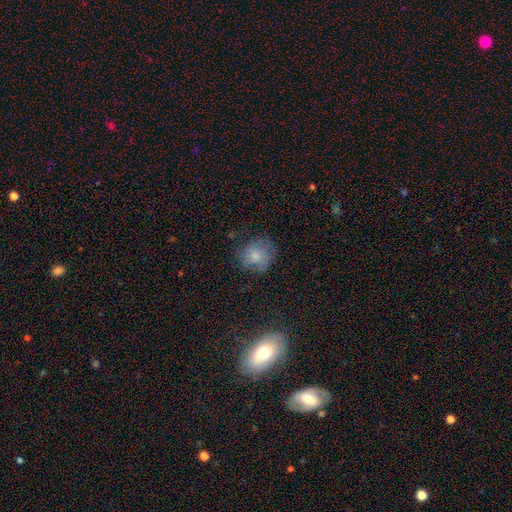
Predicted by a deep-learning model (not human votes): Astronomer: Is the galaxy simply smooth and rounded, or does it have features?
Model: smooth — 77%.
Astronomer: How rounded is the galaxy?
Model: round — 78%.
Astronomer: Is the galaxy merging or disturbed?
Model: none — 67%.